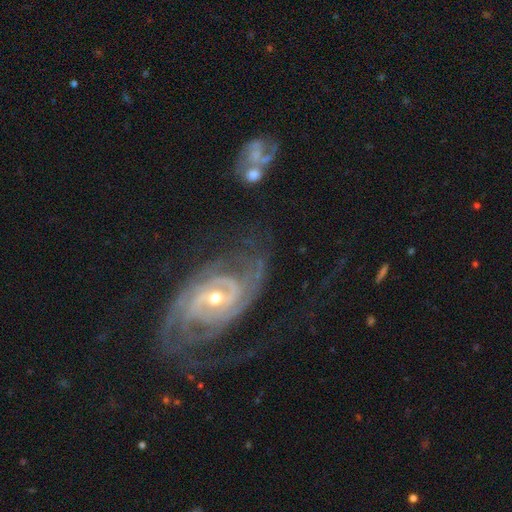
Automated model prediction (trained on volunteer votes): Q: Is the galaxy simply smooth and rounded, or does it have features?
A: featured or disk — 88%.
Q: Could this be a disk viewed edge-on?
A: no — 96%.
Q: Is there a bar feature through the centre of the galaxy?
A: weak — 39%.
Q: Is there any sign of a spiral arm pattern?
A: yes — 97%.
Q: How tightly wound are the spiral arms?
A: tight — 57%.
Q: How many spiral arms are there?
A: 2 — 40%.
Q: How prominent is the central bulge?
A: small — 51%.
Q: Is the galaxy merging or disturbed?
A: none — 58%.